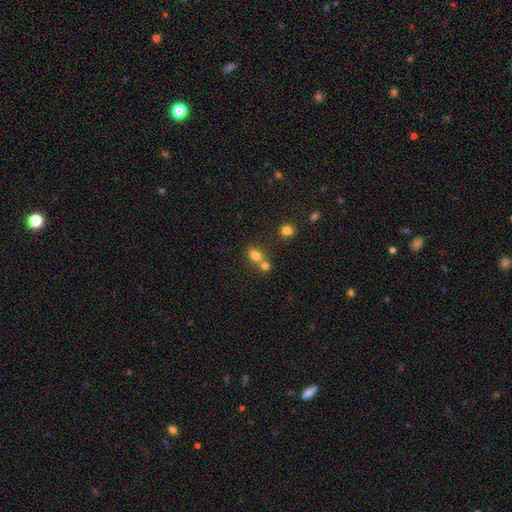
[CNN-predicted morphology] Smooth or featured? Predicted: smooth (p=0.77). How rounded? Predicted: in between (p=0.51). Merging? Predicted: merger (p=0.45).